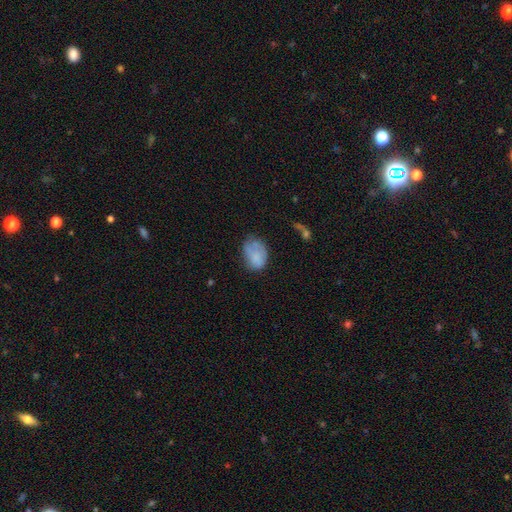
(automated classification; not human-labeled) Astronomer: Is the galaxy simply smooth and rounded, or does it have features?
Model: smooth — 71%.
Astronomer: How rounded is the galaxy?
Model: in between — 79%.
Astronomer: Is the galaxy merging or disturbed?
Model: none — 43% (runner-up: minor disturbance, 34%).